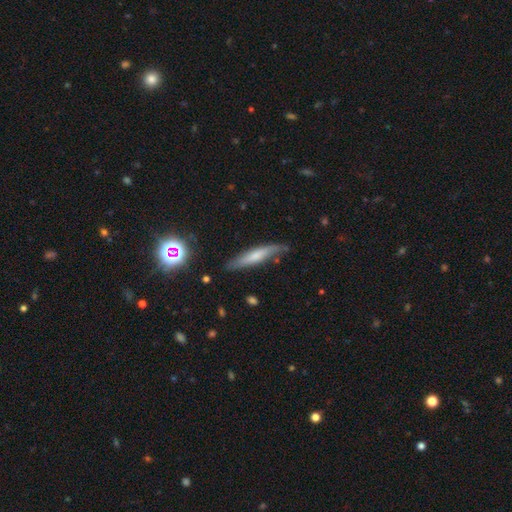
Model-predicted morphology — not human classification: This appears to be a smooth galaxy with no disk features (57%) that is cigar-shaped (88%). Merging: none (77%).